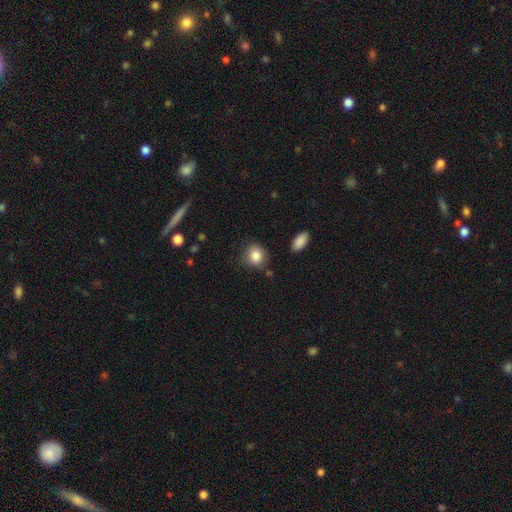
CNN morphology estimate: A smooth galaxy with no disk features (84%) that is round (73%). Merging: none (77%).